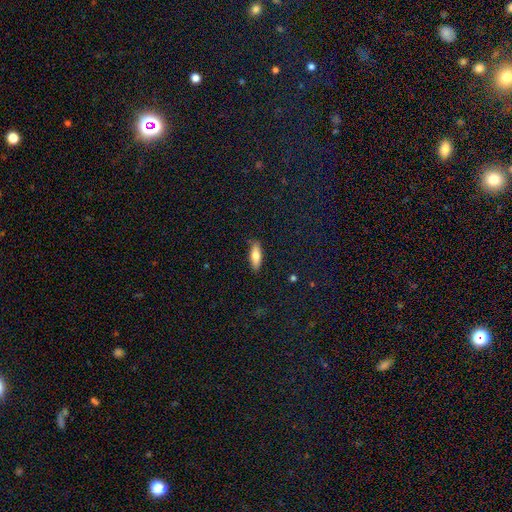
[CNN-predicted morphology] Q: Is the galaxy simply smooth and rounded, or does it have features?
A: smooth — 74%.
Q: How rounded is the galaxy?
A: in between — 58%.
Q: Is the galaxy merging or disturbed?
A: none — 85%.